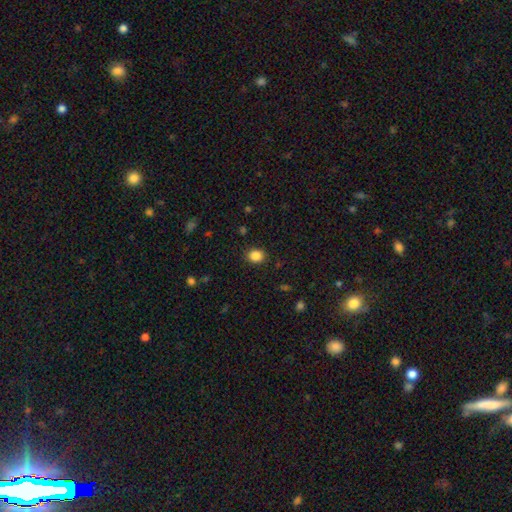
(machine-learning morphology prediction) type=smooth (86%); roundness=round (63%); merging=none (88%).